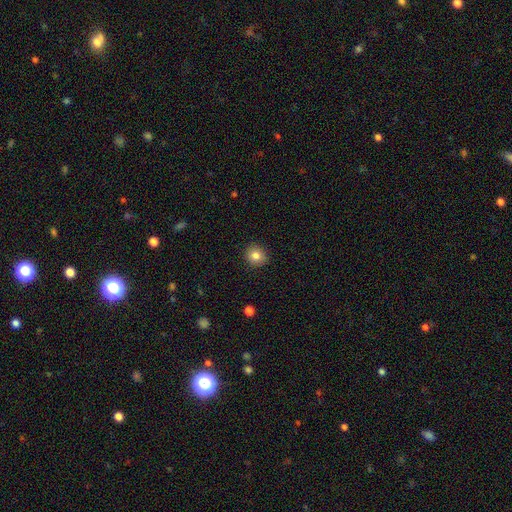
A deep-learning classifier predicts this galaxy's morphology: Overall: smooth (82%). How rounded: round (86%). Merging: none (90%).